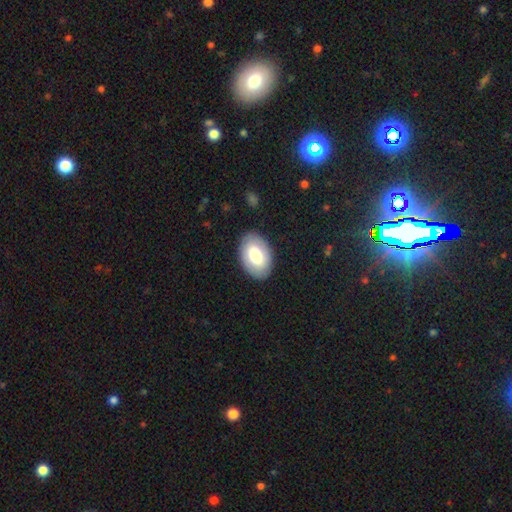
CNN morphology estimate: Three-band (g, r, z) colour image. It shows a smooth galaxy with no disk features (74%) that is in between round and cigar-shaped (90%). Merging: none (87%).